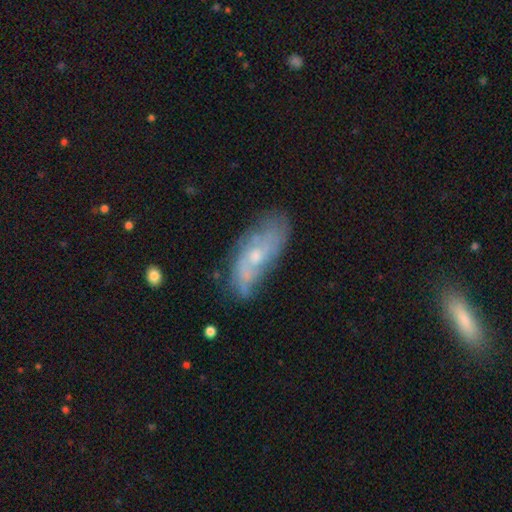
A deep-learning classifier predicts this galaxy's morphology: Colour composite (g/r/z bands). It shows a featured or disk galaxy (56%). Merging: none (60%).